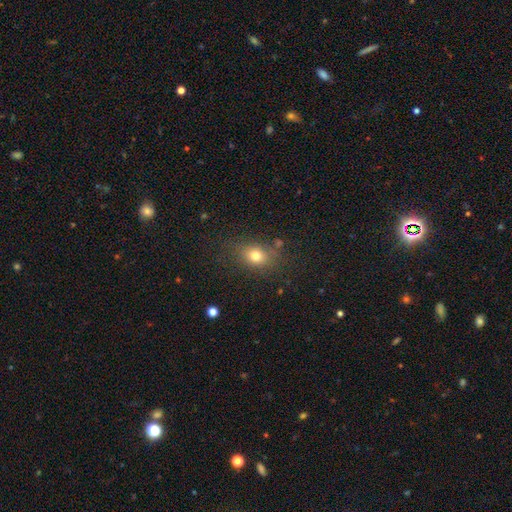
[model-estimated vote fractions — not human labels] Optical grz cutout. It shows a smooth galaxy with no disk features (76%) that is in between round and cigar-shaped (55%). Merging: none (77%).